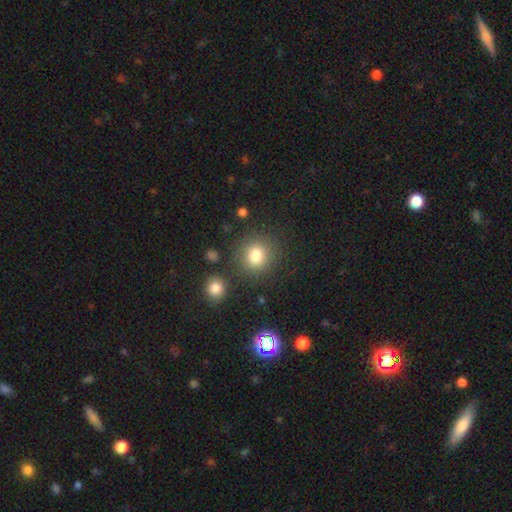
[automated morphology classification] Smooth or featured? Predicted: smooth (p=0.81). How rounded? Predicted: round (p=0.87). Merging? Predicted: none (p=0.82).